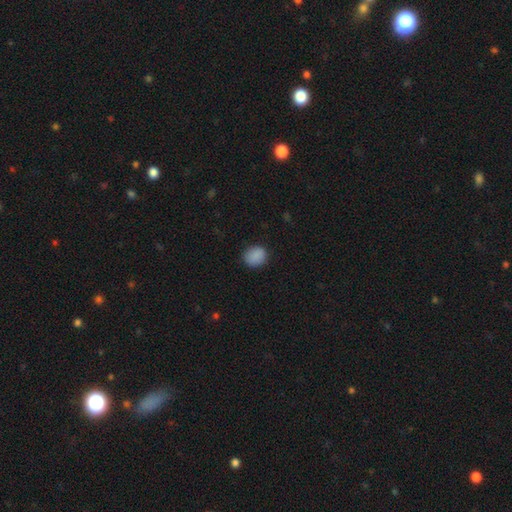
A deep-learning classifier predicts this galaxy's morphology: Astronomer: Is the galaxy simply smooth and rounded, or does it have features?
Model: smooth — 88%.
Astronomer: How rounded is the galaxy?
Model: round — 72%.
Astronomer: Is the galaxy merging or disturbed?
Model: none — 84%.